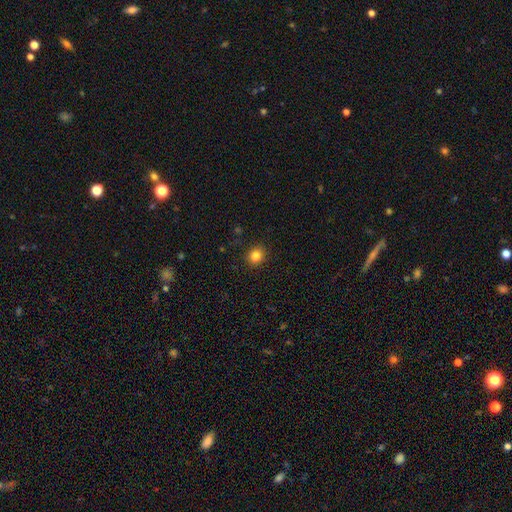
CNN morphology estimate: smooth_or_featured: smooth (p=0.84) [alt: star or artifact p=0.12]
how_rounded: round (p=0.83) [alt: in between p=0.16]
merging: none (p=0.90) [alt: minor disturbance p=0.07]